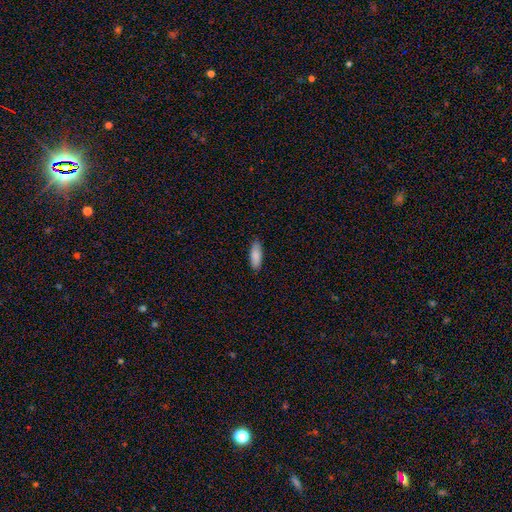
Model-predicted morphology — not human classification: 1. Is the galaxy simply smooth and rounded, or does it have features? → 87% smooth, 7% featured or disk, 6% star or artifact.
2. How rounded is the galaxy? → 63% in between, 35% cigar-shaped, 2% round.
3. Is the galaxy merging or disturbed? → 88% none, 9% minor disturbance, 2% major disturbance, 1% merger.